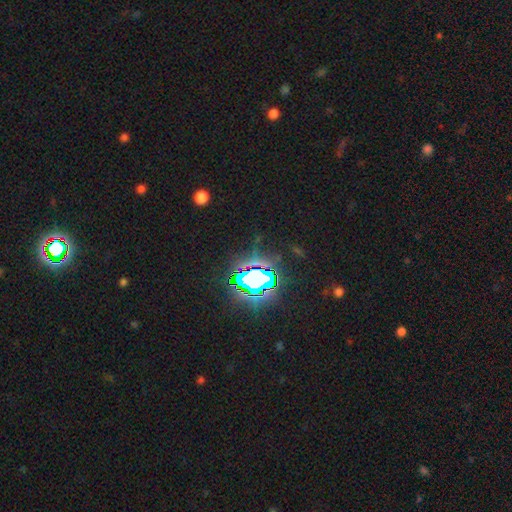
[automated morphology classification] Q: Smooth or featured?
A: star or artifact (77%); runner-up: smooth (13%)